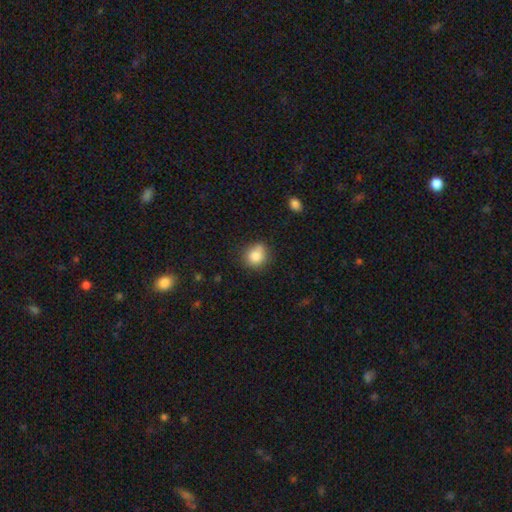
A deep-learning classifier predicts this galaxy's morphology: smooth-or-featured: smooth: 83% | star or artifact: 10% | featured or disk: 7%
  how-rounded: round: 83% | in between: 16% | cigar-shaped: 1%
  merging: none: 70% | minor disturbance: 19% | merger: 7% | major disturbance: 4%